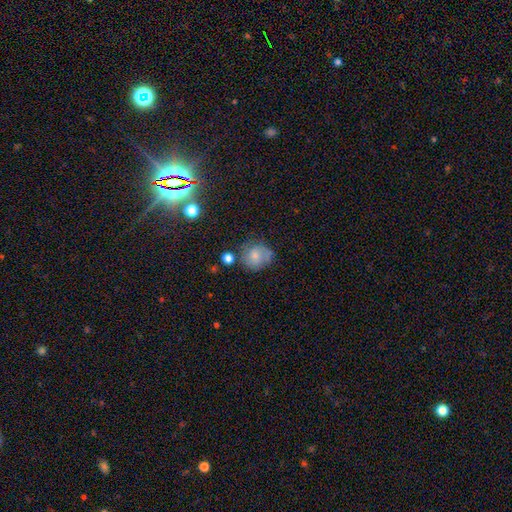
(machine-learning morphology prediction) A smooth galaxy with no disk features (68%) that is round (75%). Merging: none (56%).